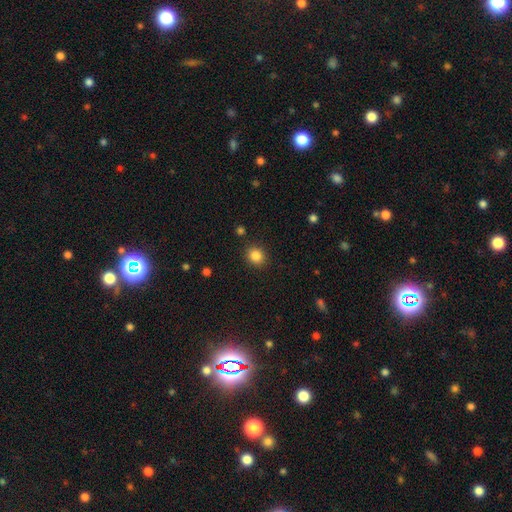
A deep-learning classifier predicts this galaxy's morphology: Q: Smooth or featured?
A: smooth (85%); runner-up: star or artifact (11%)
Q: How rounded?
A: round (75%); runner-up: in between (24%)
Q: Merging?
A: none (89%); runner-up: minor disturbance (7%)